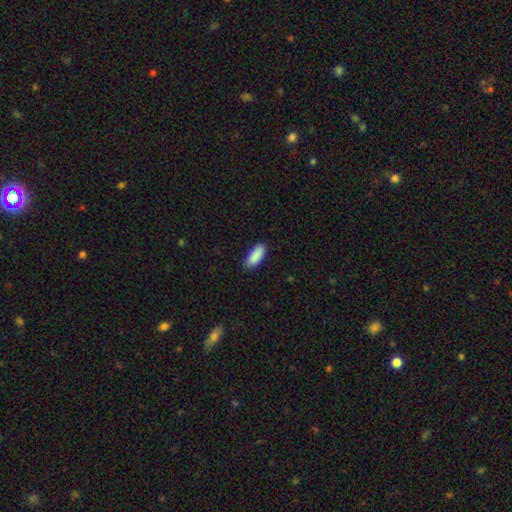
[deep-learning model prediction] Smooth or featured?
  - smooth: 90% *
  - star or artifact: 6%
  - featured or disk: 4%
How rounded?
  - in between: 79% *
  - cigar-shaped: 19%
  - round: 2%
Merging?
  - none: 81% *
  - minor disturbance: 16%
  - major disturbance: 2%
  - merger: 1%